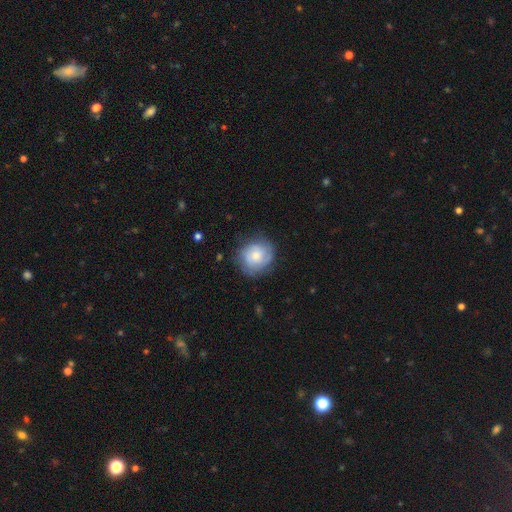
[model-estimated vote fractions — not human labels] Smooth or featured: smooth — 51% (featured or disk — 42%)
How rounded: round — 82% (in between — 17%)
Merging: none — 72% (minor disturbance — 20%)